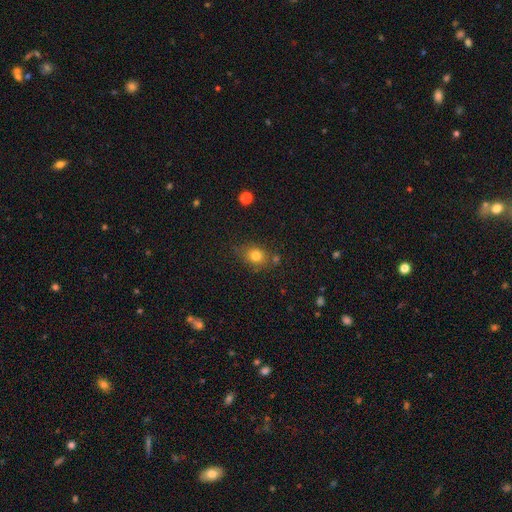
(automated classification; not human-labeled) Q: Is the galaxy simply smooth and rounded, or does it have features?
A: smooth — 78%.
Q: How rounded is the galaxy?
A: round — 57%.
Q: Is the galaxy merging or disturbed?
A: none — 72%.